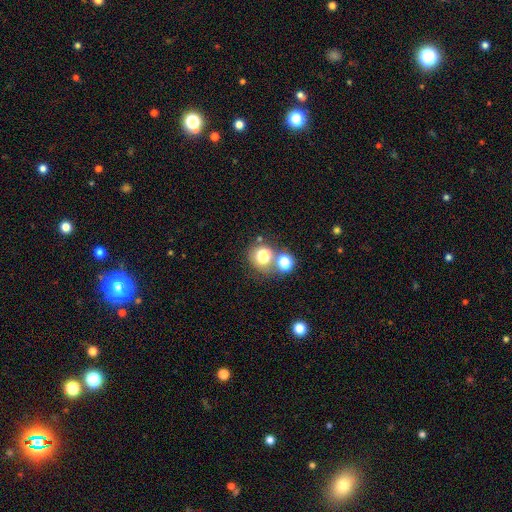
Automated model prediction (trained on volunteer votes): Q: Smooth or featured?
A: smooth (60%); runner-up: star or artifact (30%)
Q: How rounded?
A: round (81%); runner-up: in between (18%)
Q: Merging?
A: none (62%); runner-up: merger (24%)